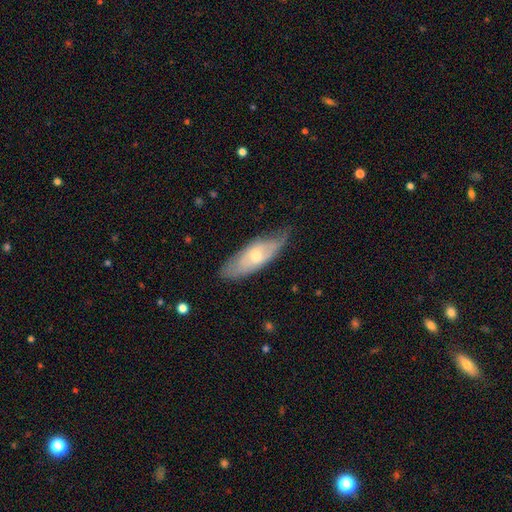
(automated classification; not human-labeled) smooth 48%, featured or disk 46%, star or artifact 6%. Down the decision tree: merging — none (66%).